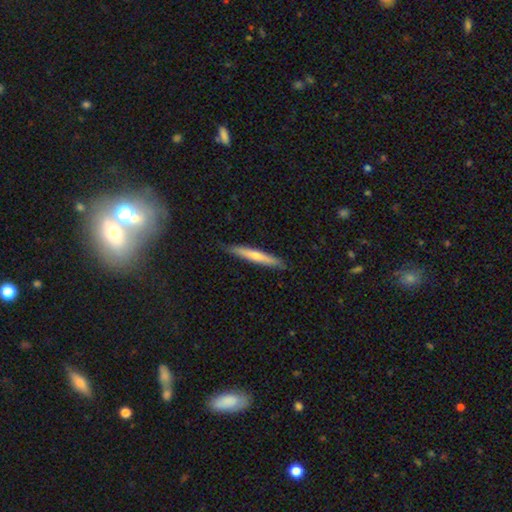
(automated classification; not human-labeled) Smooth or featured: smooth — 53% (featured or disk — 41%)
How rounded: cigar-shaped — 95% (in between — 4%)
Merging: none — 87% (minor disturbance — 11%)